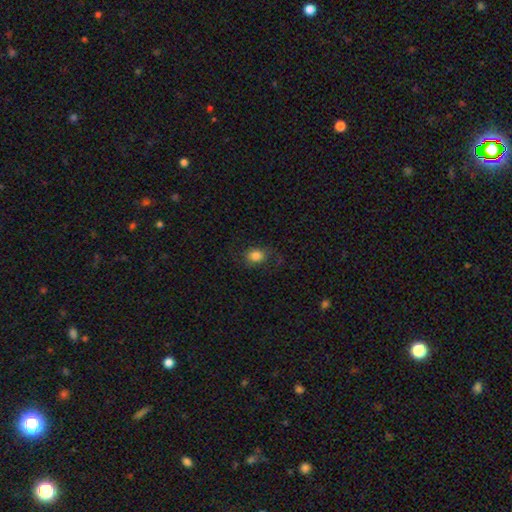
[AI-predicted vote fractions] Morphology: type=smooth (83%); roundness=round (51%); merging=none (72%).